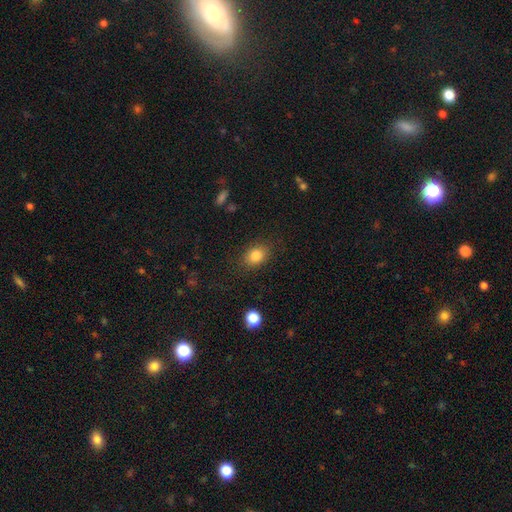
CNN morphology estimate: Smooth or featured: smooth — 82% (star or artifact — 10%)
How rounded: in between — 66% (round — 32%)
Merging: none — 83% (minor disturbance — 12%)